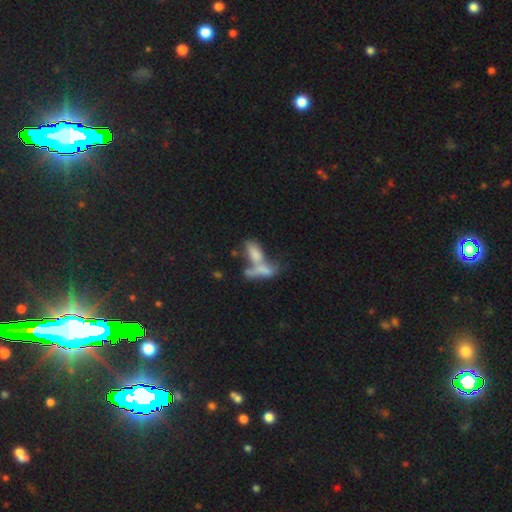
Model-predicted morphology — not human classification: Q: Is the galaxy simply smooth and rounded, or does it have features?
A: smooth — 58%.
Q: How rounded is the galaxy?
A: in between — 70%.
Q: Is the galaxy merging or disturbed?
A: merger — 63%.